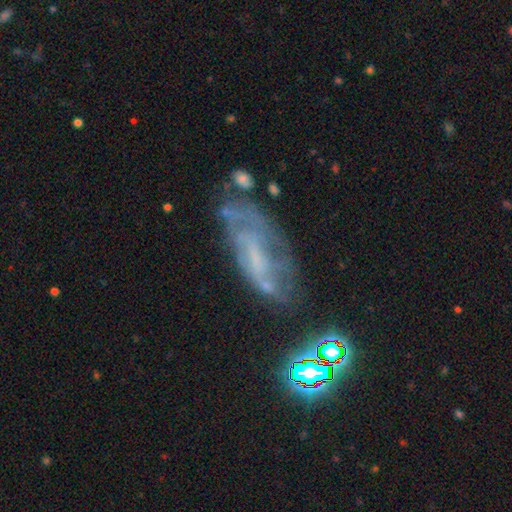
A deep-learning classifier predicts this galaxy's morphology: Smooth or featured: featured or disk — 60% (smooth — 22%)
Edge-on disk: no — 88% (yes — 12%)
Bar: no — 58% (weak — 29%)
Spiral arms: yes — 57% (no — 43%)
Bulge size: none — 59% (small — 24%)
Merging: none — 48% (minor disturbance — 25%)